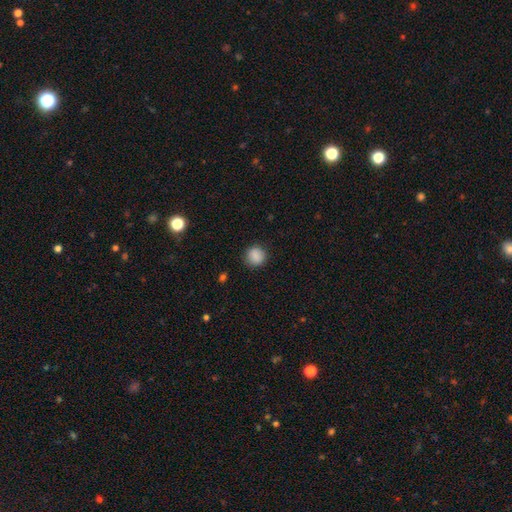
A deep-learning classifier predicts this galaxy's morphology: A smooth galaxy with no disk features (87%) that is round (87%). Merging: none (86%).